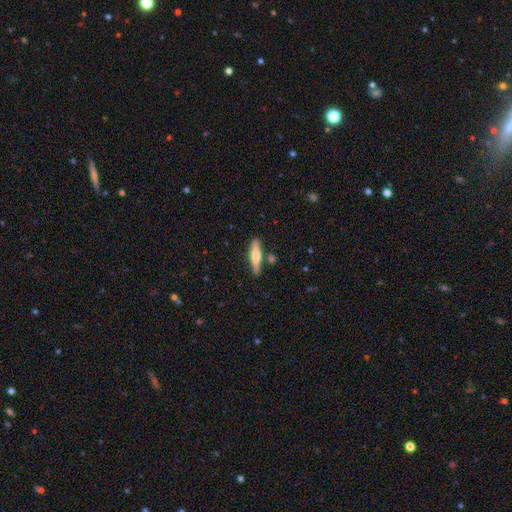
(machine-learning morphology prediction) type=smooth (54%); roundness=cigar-shaped (79%); merging=none (81%).